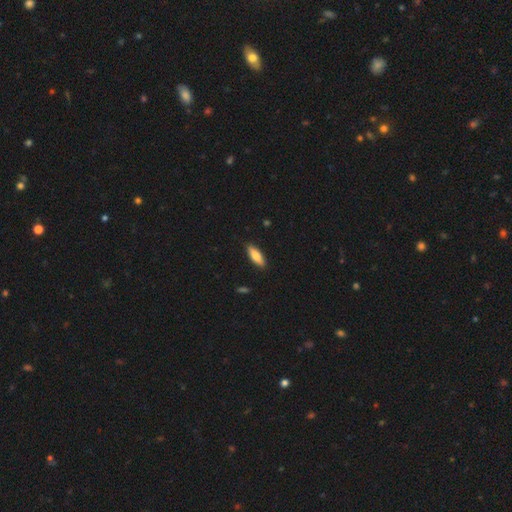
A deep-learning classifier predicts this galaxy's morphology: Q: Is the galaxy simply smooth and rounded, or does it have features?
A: smooth — 78%.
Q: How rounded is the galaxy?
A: in between — 63%.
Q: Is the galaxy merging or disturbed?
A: none — 89%.